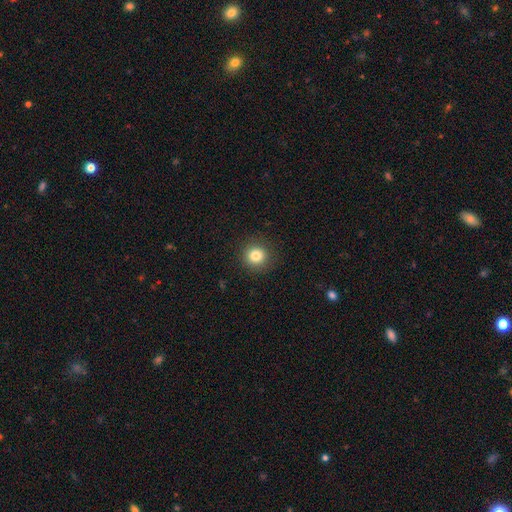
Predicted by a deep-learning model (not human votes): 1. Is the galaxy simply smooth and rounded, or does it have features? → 83% smooth, 11% star or artifact, 6% featured or disk.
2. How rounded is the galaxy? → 93% round, 6% in between, 1% cigar-shaped.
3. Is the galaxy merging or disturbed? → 91% none, 6% minor disturbance, 2% major disturbance, 1% merger.